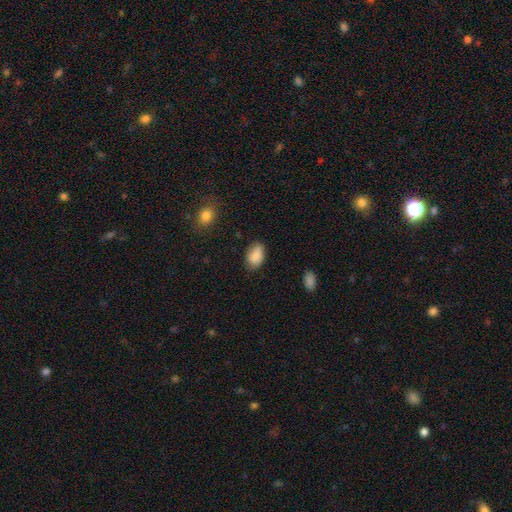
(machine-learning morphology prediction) Overall: smooth (87%). How rounded: in between (90%). Merging: none (76%).